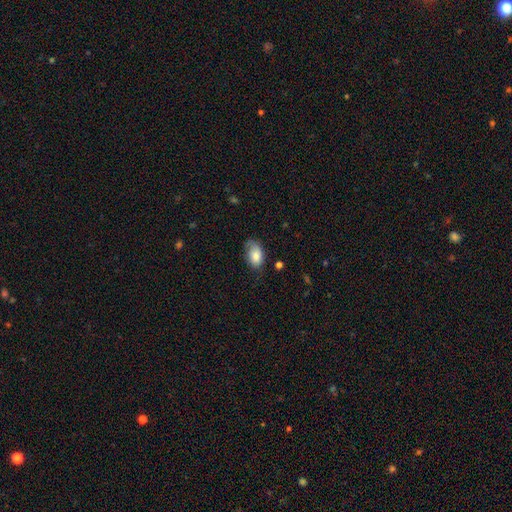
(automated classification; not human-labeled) A smooth galaxy with no disk features (78%) that is in between round and cigar-shaped (91%). Merging: none (54%).